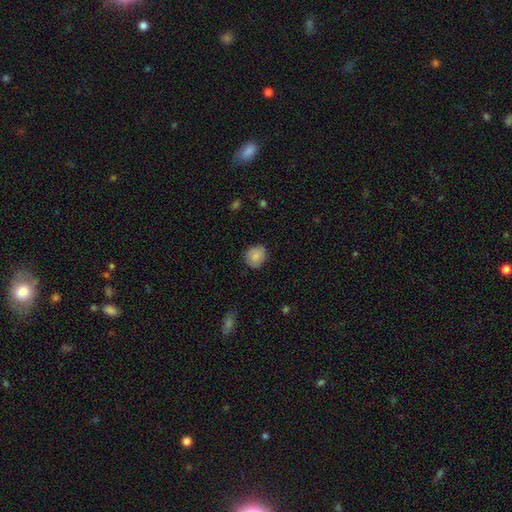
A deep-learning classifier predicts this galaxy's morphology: smooth-or-featured: smooth: 82% | featured or disk: 11% | star or artifact: 7%
  how-rounded: round: 75% | in between: 24% | cigar-shaped: 1%
  merging: none: 78% | minor disturbance: 18% | major disturbance: 3% | merger: 1%